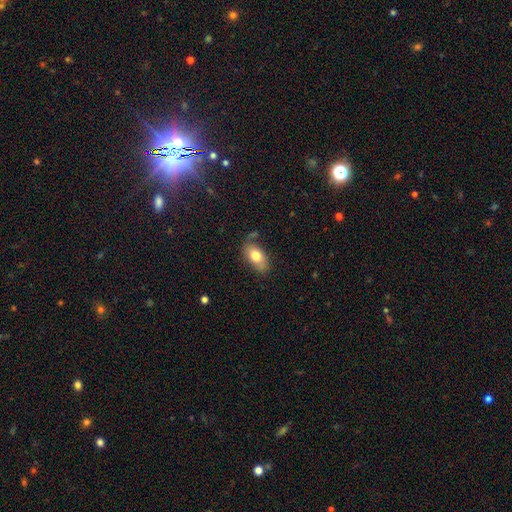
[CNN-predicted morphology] Smooth or featured? Predicted: smooth (p=0.76). How rounded? Predicted: in between (p=0.91). Merging? Predicted: none (p=0.71).